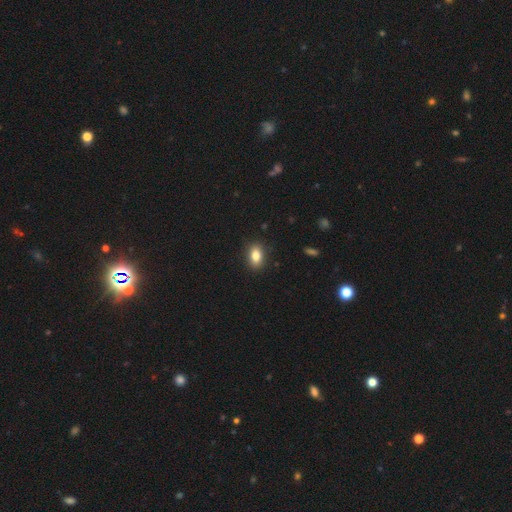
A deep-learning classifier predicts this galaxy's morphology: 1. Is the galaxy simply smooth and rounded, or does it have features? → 83% smooth, 9% star or artifact, 8% featured or disk.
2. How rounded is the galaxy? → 83% in between, 14% round, 3% cigar-shaped.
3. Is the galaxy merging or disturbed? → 89% none, 8% minor disturbance, 2% major disturbance, 1% merger.